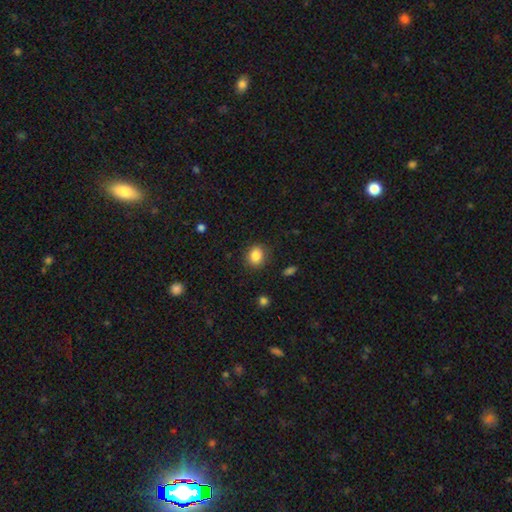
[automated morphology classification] Q: Smooth or featured?
A: smooth (85%); runner-up: star or artifact (10%)
Q: How rounded?
A: round (64%); runner-up: in between (35%)
Q: Merging?
A: none (86%); runner-up: minor disturbance (9%)